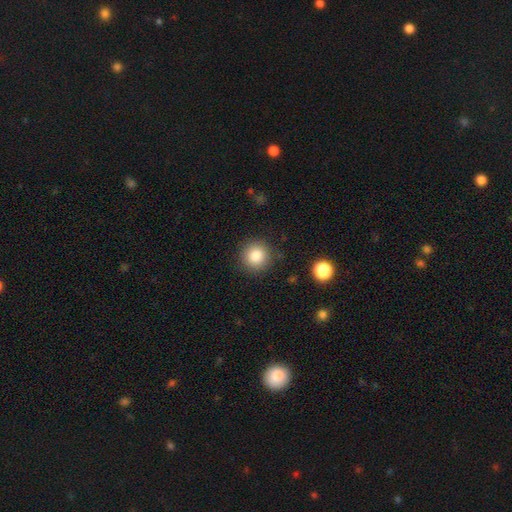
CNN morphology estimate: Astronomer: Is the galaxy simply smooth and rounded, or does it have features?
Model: smooth — 85%.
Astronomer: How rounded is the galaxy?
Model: round — 93%.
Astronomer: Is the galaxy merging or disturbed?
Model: none — 88%.